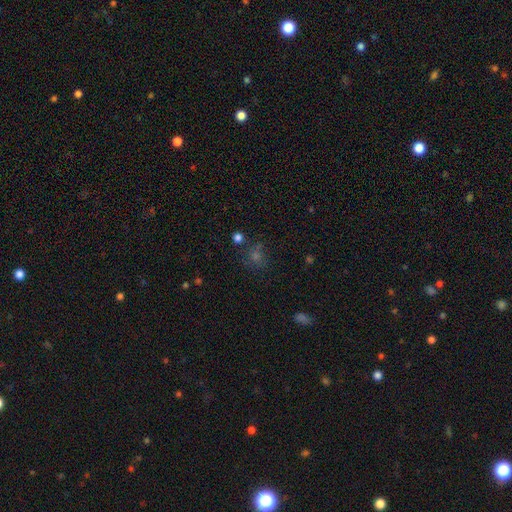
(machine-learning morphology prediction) smooth-or-featured: star or artifact: 42% (tied) | smooth: 42% (tied) | featured or disk: 16%